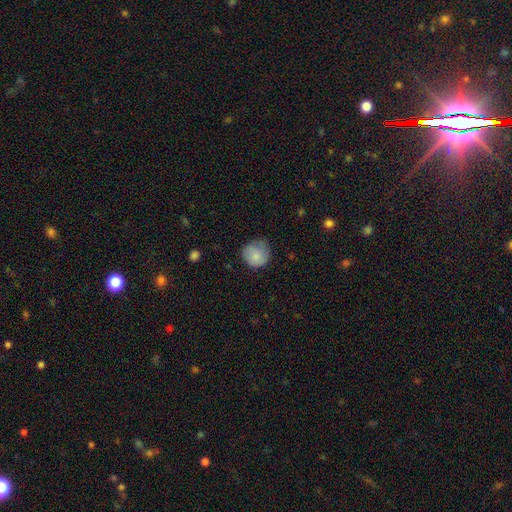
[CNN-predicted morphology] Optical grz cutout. It shows a smooth galaxy with no disk features (78%) that is round (89%). Merging: none (63%).